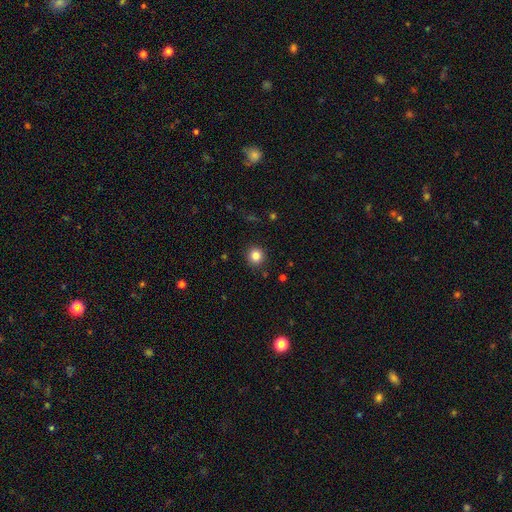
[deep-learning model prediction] Smooth or featured?
  - smooth: 84% *
  - star or artifact: 11%
  - featured or disk: 5%
How rounded?
  - round: 93% *
  - in between: 6%
  - cigar-shaped: 1%
Merging?
  - none: 91% *
  - minor disturbance: 6%
  - major disturbance: 2%
  - merger: 1%